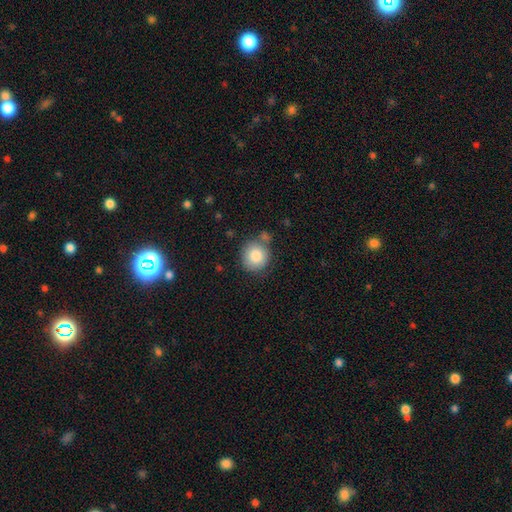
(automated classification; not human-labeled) This appears to be a smooth galaxy with no disk features (84%) that is round (89%). Merging: none (69%).